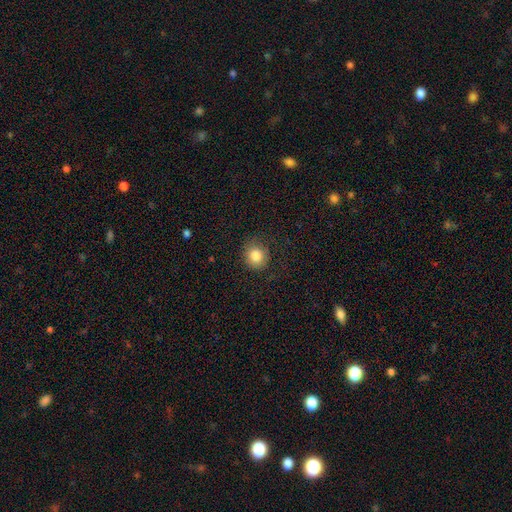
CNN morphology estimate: Smooth or featured: smooth — 83% (star or artifact — 10%)
How rounded: round — 86% (in between — 13%)
Merging: none — 77% (minor disturbance — 15%)